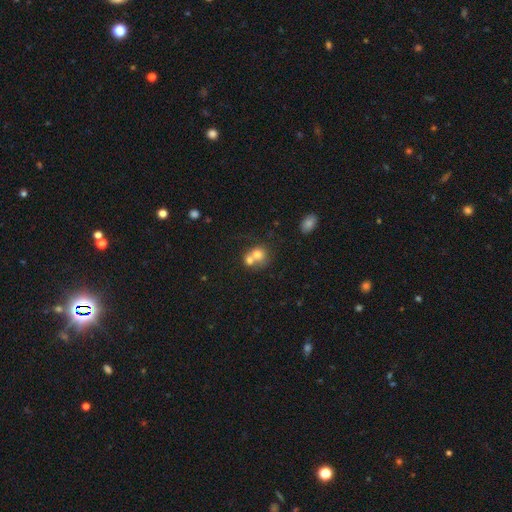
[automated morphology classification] Smooth or featured?
  - smooth: 69% *
  - featured or disk: 20%
  - star or artifact: 10%
How rounded?
  - round: 72% *
  - in between: 27%
  - cigar-shaped: 1%
Merging?
  - merger: 65% *
  - none: 25%
  - minor disturbance: 6%
  - major disturbance: 4%